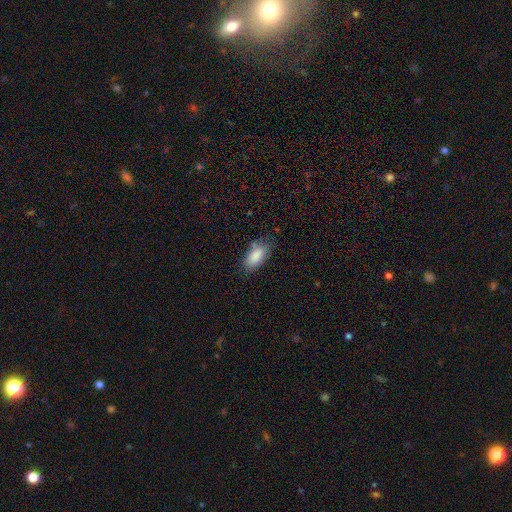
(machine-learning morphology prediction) Overall: smooth (86%). How rounded: in between (91%). Merging: none (70%).